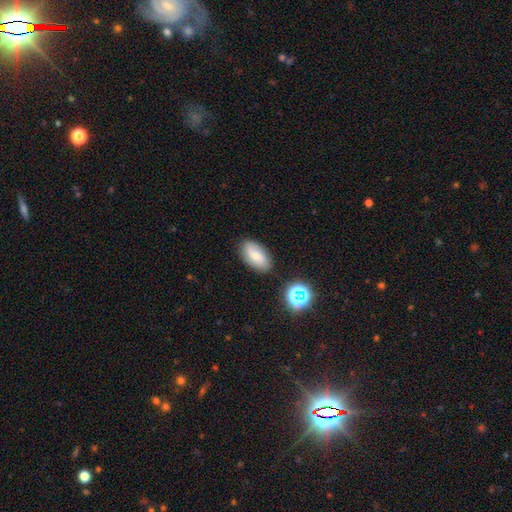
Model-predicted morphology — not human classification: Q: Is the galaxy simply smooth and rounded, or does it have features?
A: smooth — 66%.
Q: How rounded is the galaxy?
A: in between — 92%.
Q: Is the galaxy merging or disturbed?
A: none — 83%.